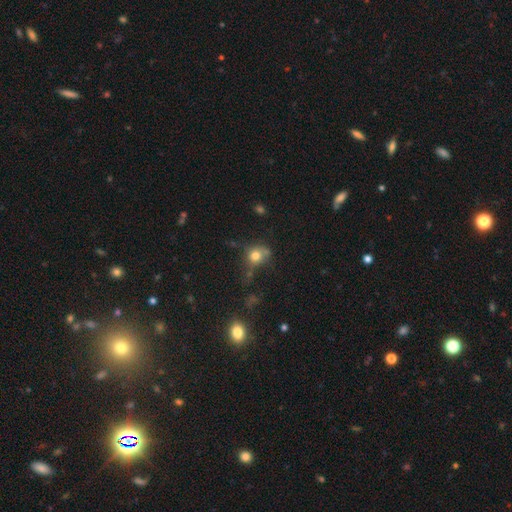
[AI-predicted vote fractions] smooth_or_featured: smooth (p=0.77) [alt: star or artifact p=0.13]
how_rounded: round (p=0.77) [alt: in between p=0.22]
merging: none (p=0.53) [alt: minor disturbance p=0.22]